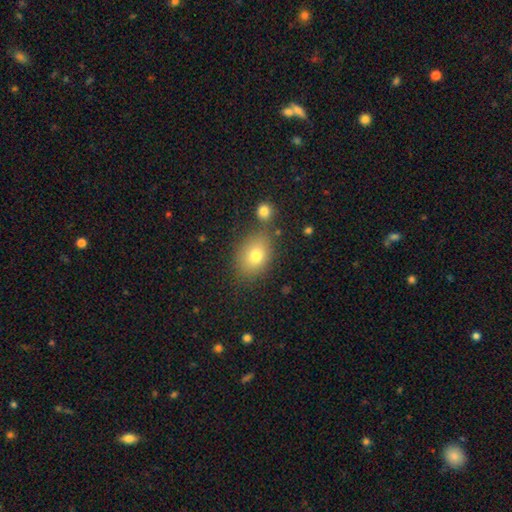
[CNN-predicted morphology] The model was most divided on "how rounded": in between: 71%, round: 28%, cigar-shaped: 1%. More confident: smooth or featured — smooth (76%); merging — none (71%).